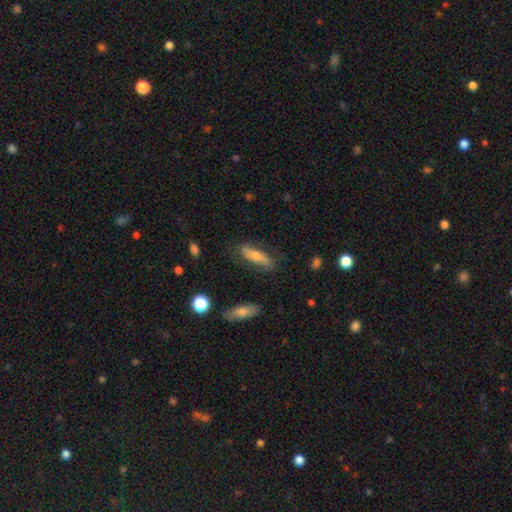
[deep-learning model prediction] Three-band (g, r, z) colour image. It shows a smooth galaxy with no disk features (51%) that is cigar-shaped (57%). Merging: none (76%).